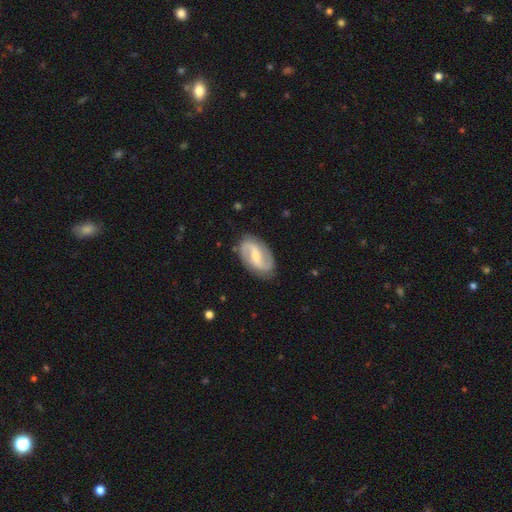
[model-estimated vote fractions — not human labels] Smooth or featured? featured or disk (84%)
Edge-on disk? no (97%)
Bar? weak (48%)
Spiral arms? yes (95%)
Spiral winding? medium (44%)
Spiral arm count? 2 (93%)
Bulge size? small (48%)
Merging? none (85%)